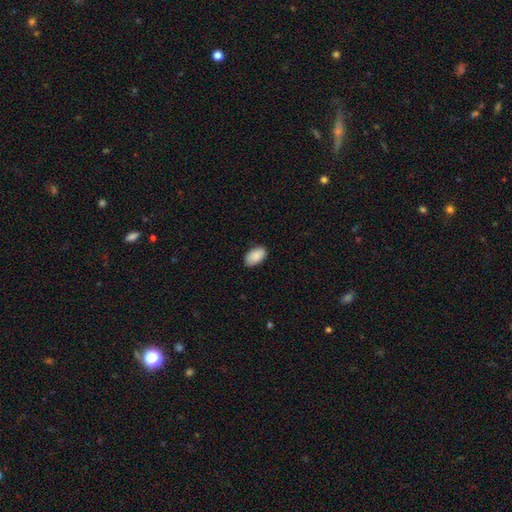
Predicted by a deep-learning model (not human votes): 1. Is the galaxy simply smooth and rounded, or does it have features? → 90% smooth, 6% star or artifact, 4% featured or disk.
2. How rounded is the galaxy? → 95% in between, 3% round, 2% cigar-shaped.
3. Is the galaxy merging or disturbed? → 86% none, 11% minor disturbance, 2% major disturbance, 1% merger.